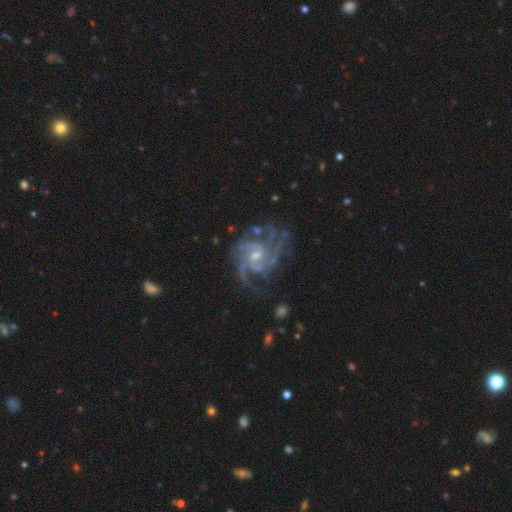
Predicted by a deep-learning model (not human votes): Q: Smooth or featured?
A: featured or disk (91%); runner-up: star or artifact (6%)
Q: Edge-on disk?
A: no (98%); runner-up: yes (2%)
Q: Bar?
A: weak (46%); runner-up: no (43%)
Q: Spiral arms?
A: yes (98%); runner-up: no (2%)
Q: Spiral winding?
A: medium (48%); runner-up: tight (41%)
Q: Spiral arm count?
A: 3 (30%); runner-up: 4 (24%)
Q: Bulge size?
A: small (57%); runner-up: moderate (37%)
Q: Merging?
A: none (67%); runner-up: minor disturbance (18%)